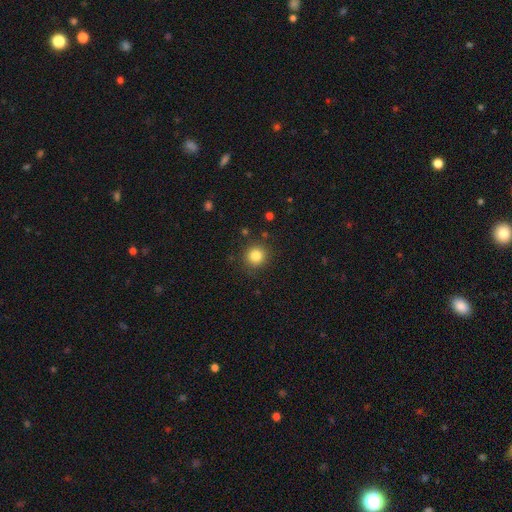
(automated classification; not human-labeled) Smooth or featured? smooth (83%)
How rounded? round (92%)
Merging? none (88%)